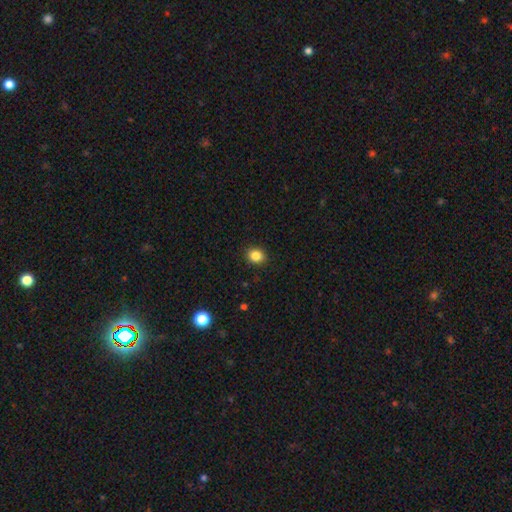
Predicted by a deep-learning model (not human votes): smooth-or-featured: smooth: 85% | star or artifact: 10% | featured or disk: 5%
  how-rounded: round: 63% | in between: 36% | cigar-shaped: 1%
  merging: none: 90% | minor disturbance: 7% | major disturbance: 2% | merger: 1%